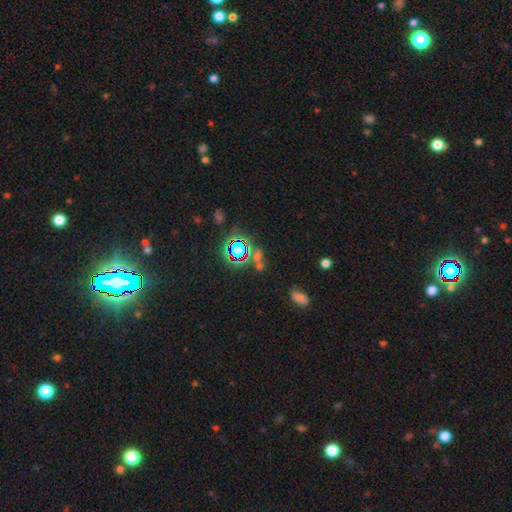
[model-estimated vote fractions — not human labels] The model was most divided on "smooth or featured": star or artifact: 74%, smooth: 17%, featured or disk: 9%.